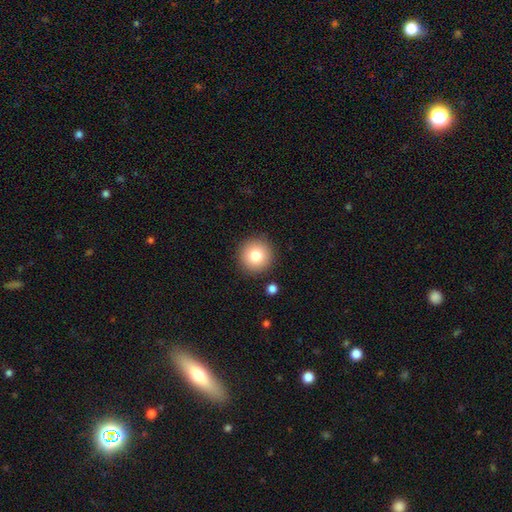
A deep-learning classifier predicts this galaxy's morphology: Smooth or featured?
  - smooth: 79% *
  - star or artifact: 10%
  - featured or disk: 10%
How rounded?
  - round: 95% *
  - in between: 4%
  - cigar-shaped: 1%
Merging?
  - none: 90% *
  - minor disturbance: 6%
  - merger: 2%
  - major disturbance: 2%